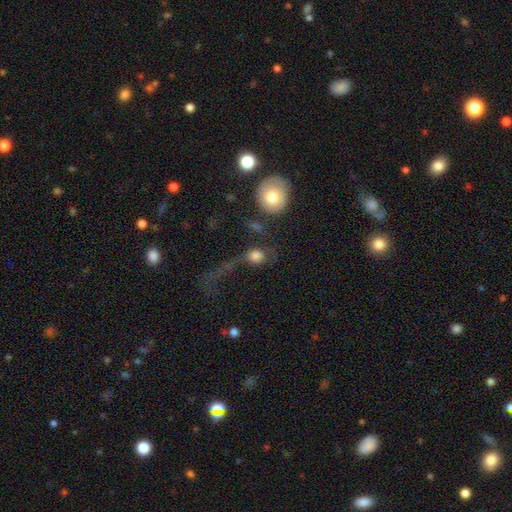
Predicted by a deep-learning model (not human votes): smooth-or-featured: smooth: 70% | featured or disk: 20% | star or artifact: 10%
  how-rounded: round: 65% | in between: 32% | cigar-shaped: 3%
  merging: major disturbance: 39% | none: 26% | merger: 22% | minor disturbance: 13%